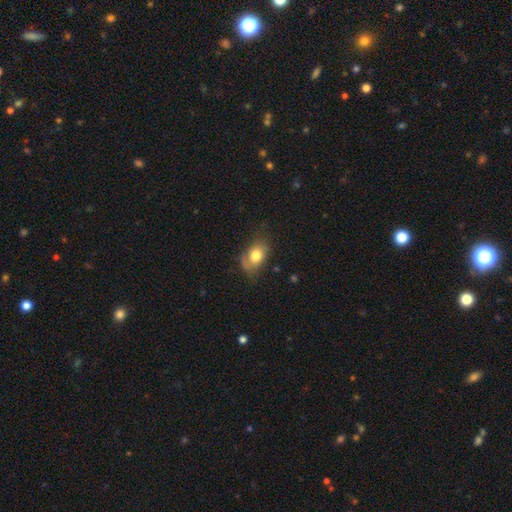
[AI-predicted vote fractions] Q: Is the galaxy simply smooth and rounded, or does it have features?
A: smooth — 75%.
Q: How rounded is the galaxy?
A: in between — 75%.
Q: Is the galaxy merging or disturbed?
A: none — 55%.